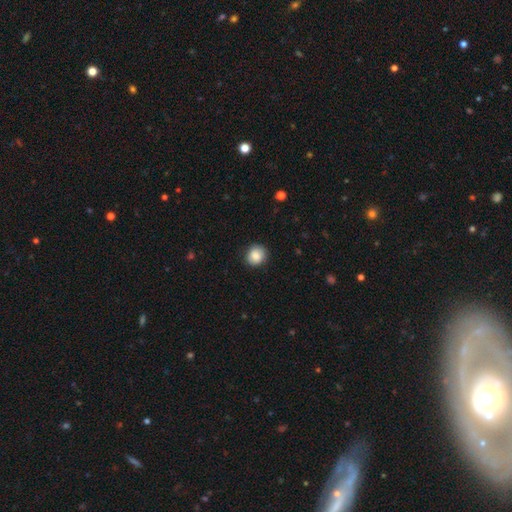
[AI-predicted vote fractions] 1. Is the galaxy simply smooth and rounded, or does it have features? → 86% smooth, 8% star or artifact, 6% featured or disk.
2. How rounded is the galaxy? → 82% round, 17% in between, 1% cigar-shaped.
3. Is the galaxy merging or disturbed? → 86% none, 11% minor disturbance, 2% major disturbance, 1% merger.